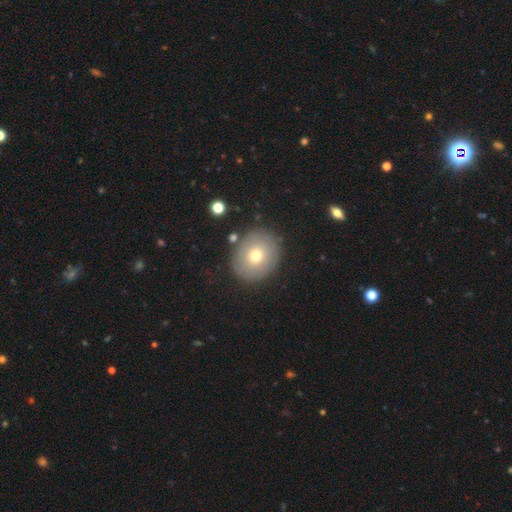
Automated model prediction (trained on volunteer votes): This appears to be a smooth galaxy with no disk features (67%) that is round (65%). Merging: none (84%).